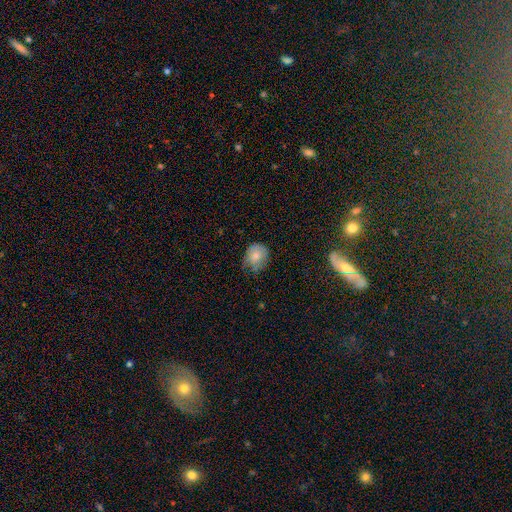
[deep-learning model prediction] This is likely a smooth galaxy (74%). How rounded: likely round (70%). Merging: possibly none (52%).